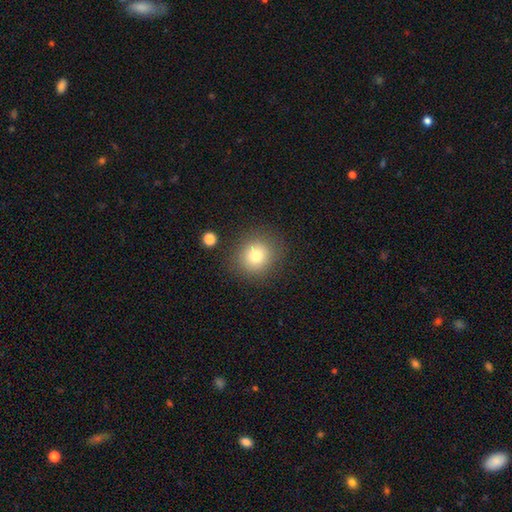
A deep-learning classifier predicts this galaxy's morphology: smooth 77%, star or artifact 13%, featured or disk 10%. Down the decision tree: how rounded — round (87%); merging — none (84%).